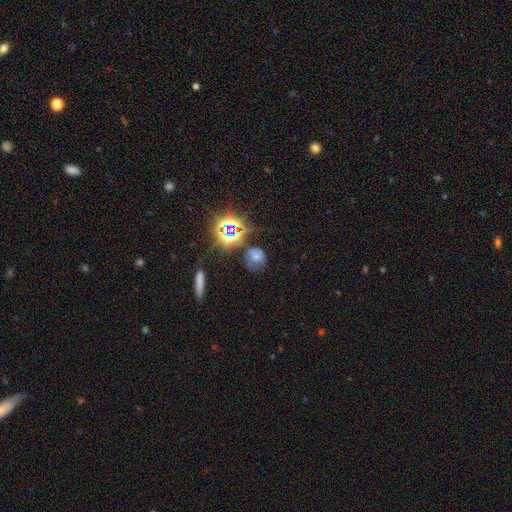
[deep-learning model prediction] smooth 50%, star or artifact 30%, featured or disk 20%. Down the decision tree: how rounded — round (74%); merging — none (58%).